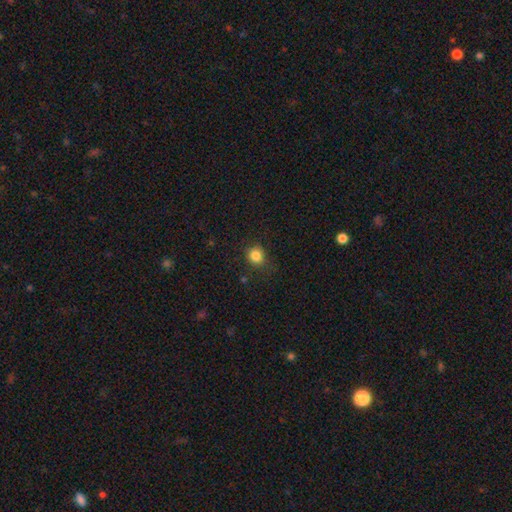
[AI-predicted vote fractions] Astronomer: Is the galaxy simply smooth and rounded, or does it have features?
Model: smooth — 84%.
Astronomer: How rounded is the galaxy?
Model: round — 83%.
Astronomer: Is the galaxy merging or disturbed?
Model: none — 81%.